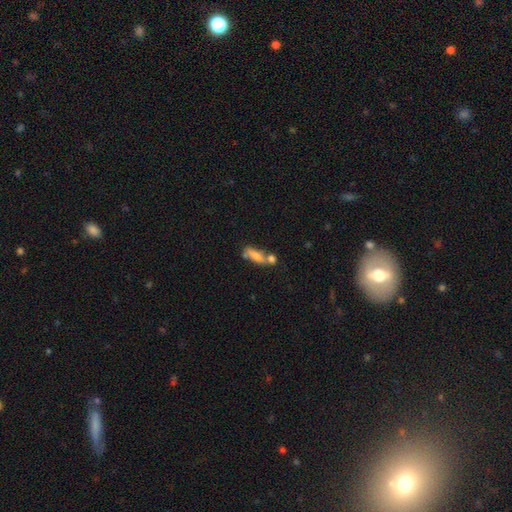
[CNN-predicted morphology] This appears to be a smooth galaxy with no disk features (70%) that is in between round and cigar-shaped (58%). Merging: merger (43%).